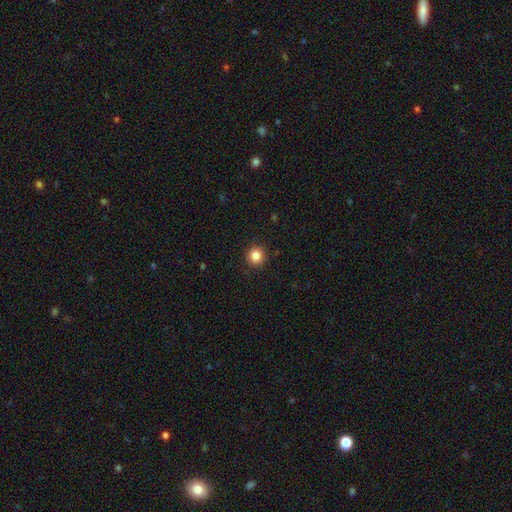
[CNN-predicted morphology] Overall: smooth (85%). How rounded: round (93%). Merging: none (92%).